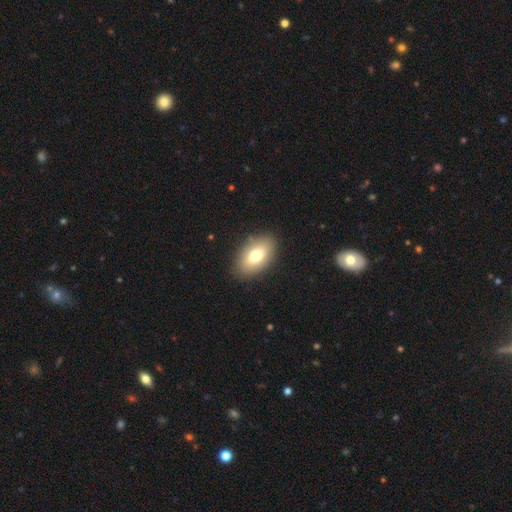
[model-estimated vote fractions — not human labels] smooth 75%, featured or disk 17%, star or artifact 8%. Down the decision tree: how rounded — in between (92%); merging — none (87%).